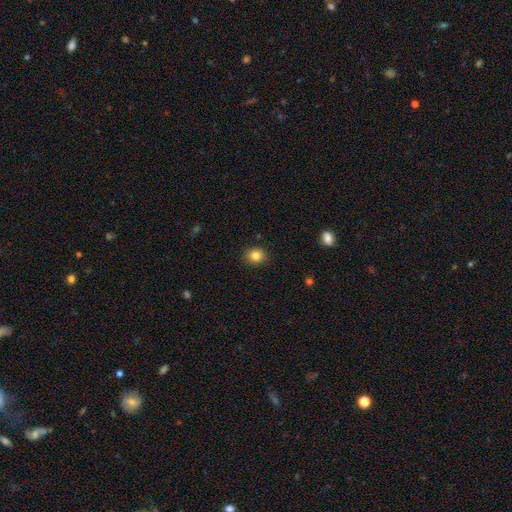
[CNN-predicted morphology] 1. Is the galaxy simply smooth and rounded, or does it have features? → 83% smooth, 11% star or artifact, 6% featured or disk.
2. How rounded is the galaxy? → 69% round, 30% in between, 1% cigar-shaped.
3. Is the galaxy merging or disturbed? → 89% none, 8% minor disturbance, 2% major disturbance, 1% merger.